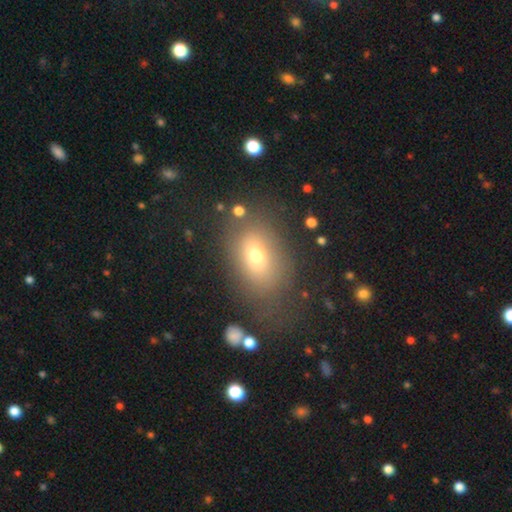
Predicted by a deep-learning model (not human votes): A smooth galaxy with no disk features (66%) that is in between round and cigar-shaped (80%).

Vote fractions:
- Smooth or featured? smooth: 66% / featured or disk: 18% / star or artifact: 16%
- How rounded? in between: 80% / round: 17% / cigar-shaped: 3%
- Merging? none: 70% / minor disturbance: 16% / major disturbance: 10% / merger: 4%